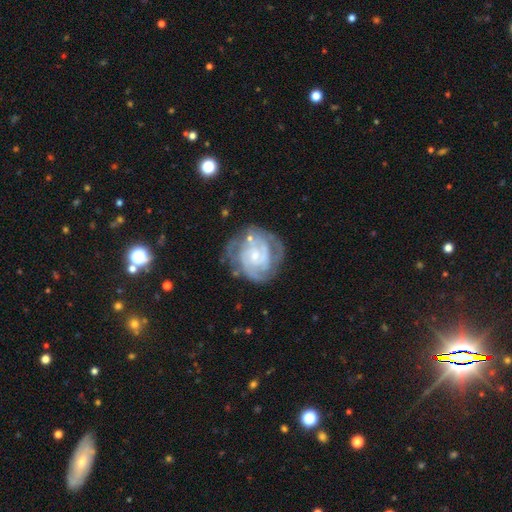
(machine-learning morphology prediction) Smooth or featured? Predicted: featured or disk (p=0.85). Edge-on disk? Predicted: no (p=0.98). Bar? Predicted: no (p=0.65). Spiral arms? Predicted: yes (p=0.94). Spiral winding? Predicted: tight (p=0.66). Spiral arm count? Predicted: 2 (p=0.30). Bulge size? Predicted: small (p=0.65). Merging? Predicted: none (p=0.65).